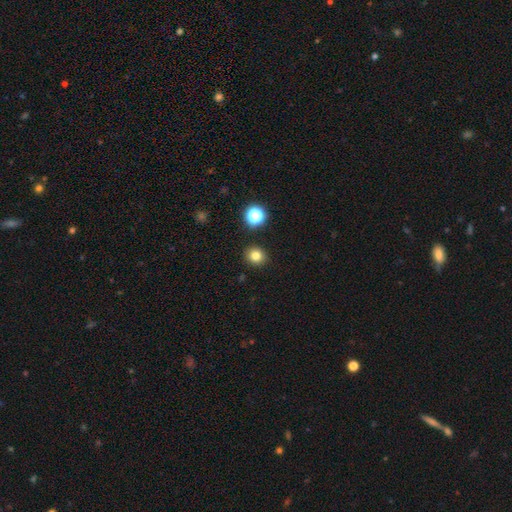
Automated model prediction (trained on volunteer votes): smooth 80%, star or artifact 15%, featured or disk 6%. Down the decision tree: how rounded — round (84%); merging — none (91%).